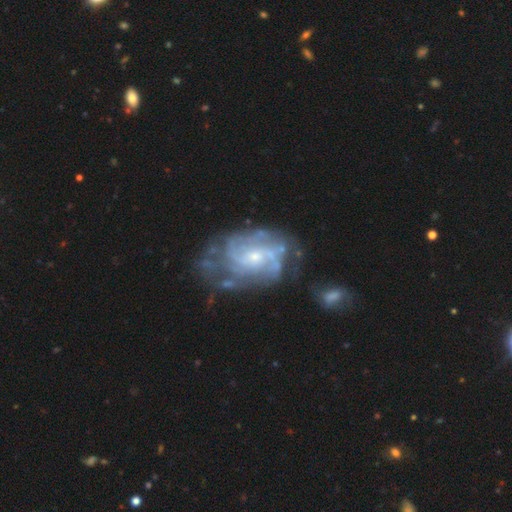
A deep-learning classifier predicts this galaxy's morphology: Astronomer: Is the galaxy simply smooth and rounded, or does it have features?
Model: featured or disk — 84%.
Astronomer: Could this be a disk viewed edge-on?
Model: no — 97%.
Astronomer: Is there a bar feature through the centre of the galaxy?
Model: no — 61%.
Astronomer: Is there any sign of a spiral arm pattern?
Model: yes — 91%.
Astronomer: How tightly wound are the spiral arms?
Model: tight — 51% (runner-up: medium, 37%).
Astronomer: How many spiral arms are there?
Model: can't tell — 41% (runner-up: 2, 20%).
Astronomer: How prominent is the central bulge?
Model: small — 66%.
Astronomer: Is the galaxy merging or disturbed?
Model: none — 56%.